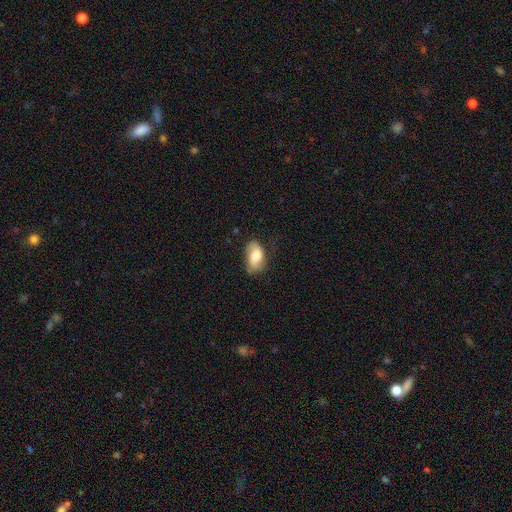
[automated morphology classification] smooth_or_featured: smooth (p=0.64) [alt: featured or disk p=0.28]
how_rounded: in between (p=0.92) [alt: round p=0.06]
merging: none (p=0.60) [alt: minor disturbance p=0.28]